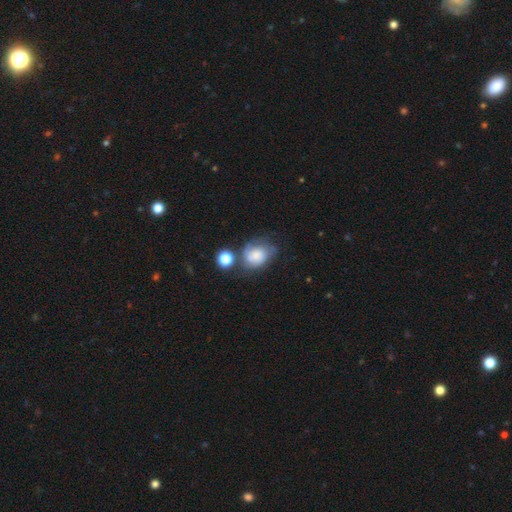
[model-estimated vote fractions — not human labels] The model was most divided on "how rounded": in between: 55%, round: 44%, cigar-shaped: 1%. Remaining: smooth or featured — smooth (54%); merging — none (40%).